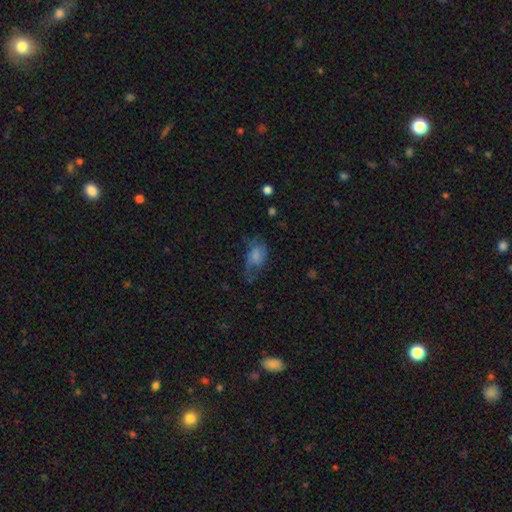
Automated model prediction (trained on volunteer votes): Q: Smooth or featured?
A: smooth (58%); runner-up: featured or disk (31%)
Q: How rounded?
A: in between (84%); runner-up: round (14%)
Q: Merging?
A: major disturbance (39%); runner-up: none (31%)